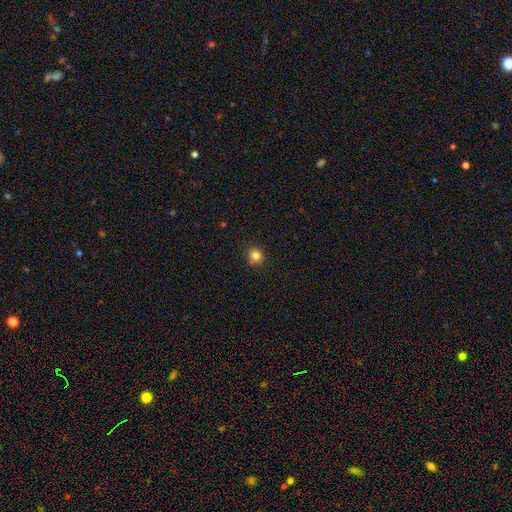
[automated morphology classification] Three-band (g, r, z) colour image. It shows a smooth galaxy with no disk features (82%) that is round (80%). Merging: none (86%).